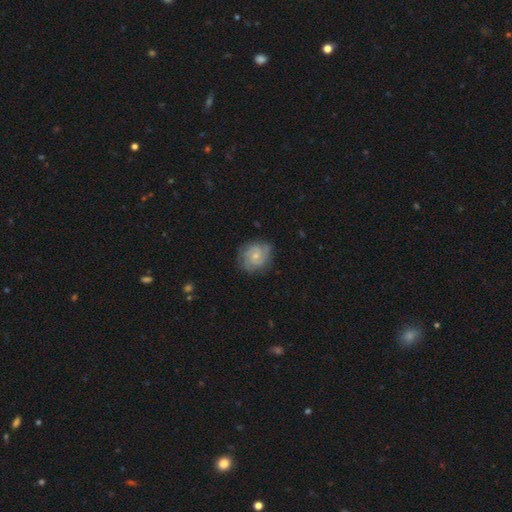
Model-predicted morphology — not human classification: The model was most divided on "spiral arm count": 2: 35%, can't tell: 26%, 3: 23%, 4: 7%, 1: 5%, more than 4: 4%. More confident: edge-on disk — no (98%); spiral arms — yes (93%); merging — none (76%); smooth or featured — featured or disk (72%); bar — no (67%); bulge size — small (61%); spiral winding — tight (58%).